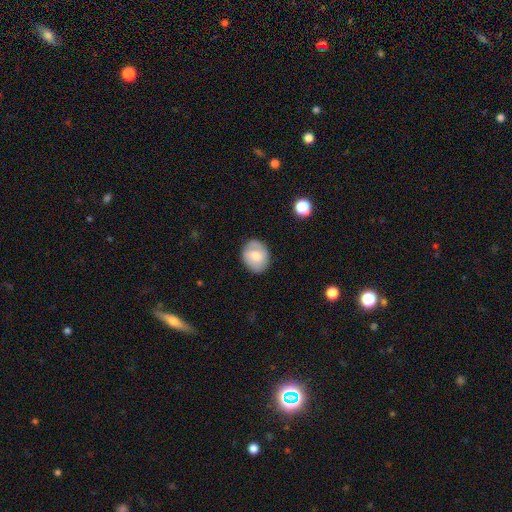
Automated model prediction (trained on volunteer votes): Morphology: type=smooth (64%); roundness=round (60%); merging=none (82%).